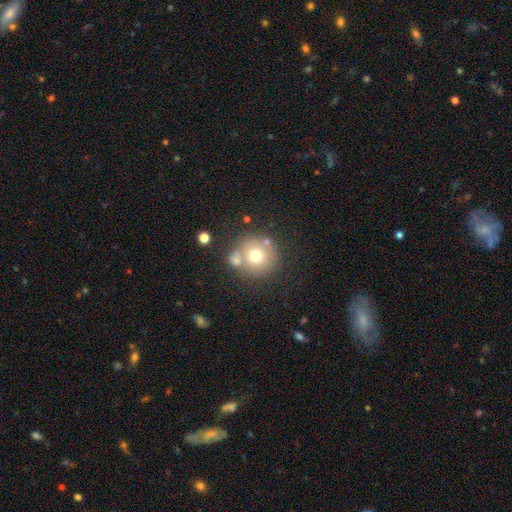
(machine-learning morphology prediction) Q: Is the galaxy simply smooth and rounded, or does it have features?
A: smooth — 68%.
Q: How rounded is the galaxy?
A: round — 92%.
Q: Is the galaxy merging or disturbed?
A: none — 64%.